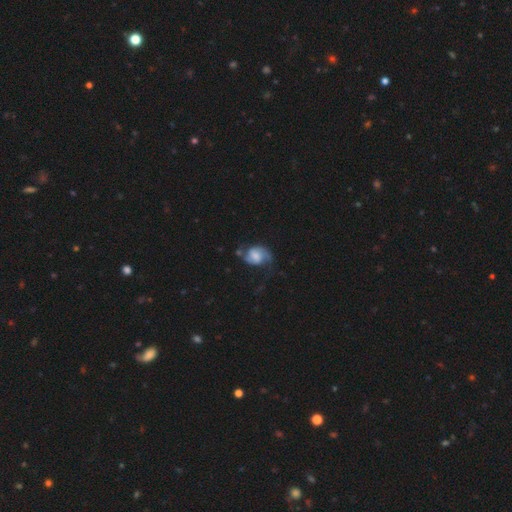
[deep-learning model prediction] This is likely a featured or disk galaxy (65%). It is clearly not viewed edge-on (97%). Bar: possibly no (48%). Spiral arm pattern: clearly yes (90%). Spiral arm count: likely 2 (78%). Spiral winding: marginally medium (41%). Central bulge: marginally moderate (27%). Merging: possibly none (47%).